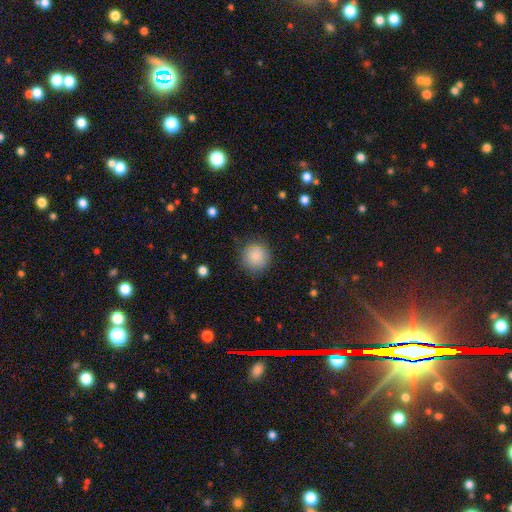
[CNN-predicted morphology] A smooth galaxy with no disk features (86%) that is round (93%).

Vote fractions:
- Smooth or featured? smooth: 86% / star or artifact: 9% / featured or disk: 5%
- How rounded? round: 93% / in between: 6% / cigar-shaped: 1%
- Merging? none: 84% / minor disturbance: 11% / major disturbance: 4% / merger: 1%